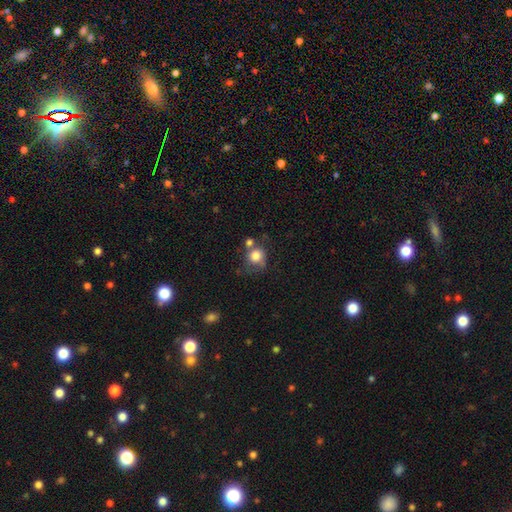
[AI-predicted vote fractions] A smooth galaxy with no disk features (79%) that is round (80%). Merging: none (45%).